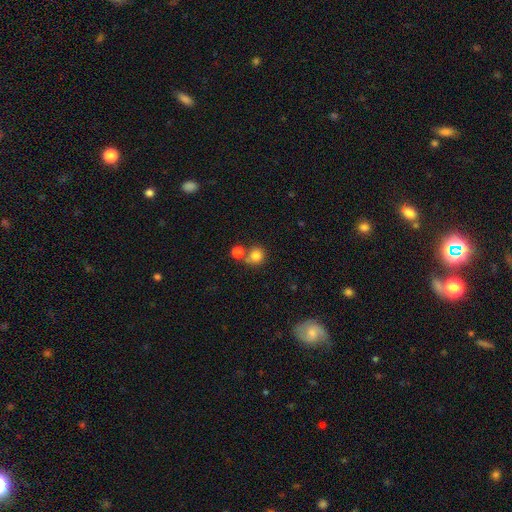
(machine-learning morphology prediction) Overall: smooth (81%). How rounded: round (89%). Merging: none (60%; merger 28%).